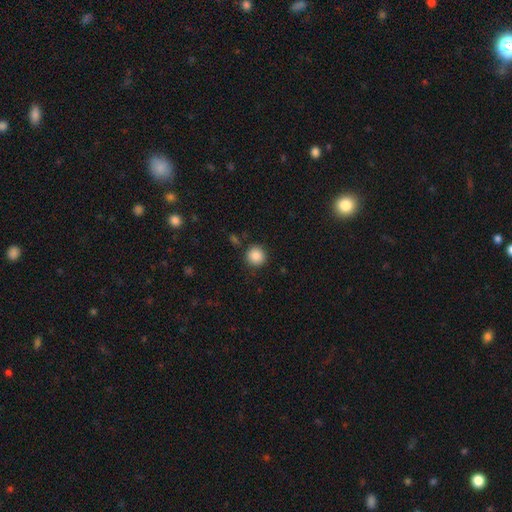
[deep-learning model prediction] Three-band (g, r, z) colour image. It shows a smooth galaxy with no disk features (87%) that is round (93%). Merging: none (87%).